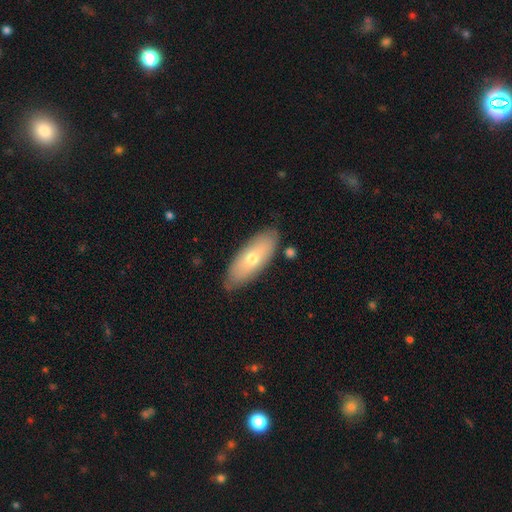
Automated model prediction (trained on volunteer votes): Q: Smooth or featured?
A: smooth (57%); runner-up: featured or disk (35%)
Q: How rounded?
A: in between (69%); runner-up: cigar-shaped (28%)
Q: Merging?
A: none (85%); runner-up: minor disturbance (11%)